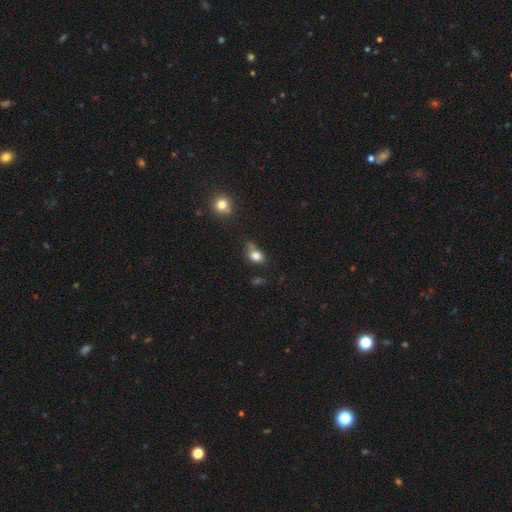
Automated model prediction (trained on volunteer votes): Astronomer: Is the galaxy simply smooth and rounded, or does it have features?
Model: smooth — 81%.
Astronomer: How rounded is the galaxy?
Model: in between — 71%.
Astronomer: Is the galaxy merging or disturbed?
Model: none — 49% (runner-up: minor disturbance, 30%).